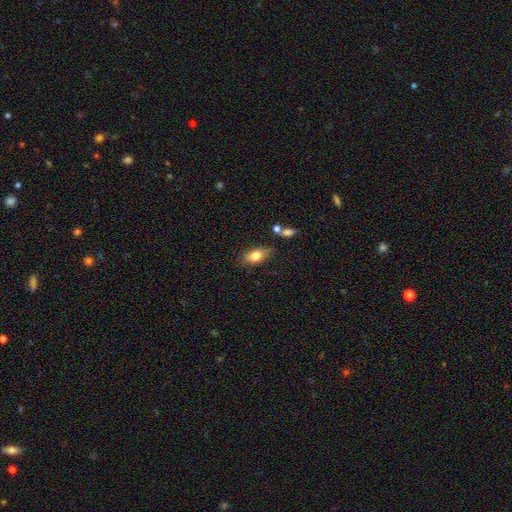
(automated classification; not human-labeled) Morphology: type=smooth (76%); roundness=in between (85%); merging=none (74%).